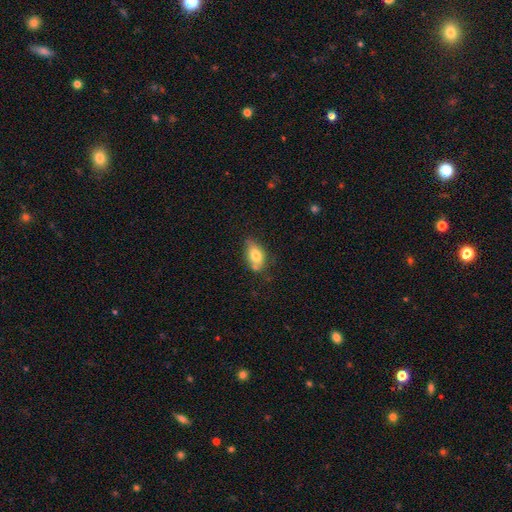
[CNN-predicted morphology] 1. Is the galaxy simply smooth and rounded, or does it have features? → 76% smooth, 16% featured or disk, 8% star or artifact.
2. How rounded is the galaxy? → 88% in between, 8% round, 4% cigar-shaped.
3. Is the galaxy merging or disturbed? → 59% none, 27% minor disturbance, 9% merger, 5% major disturbance.